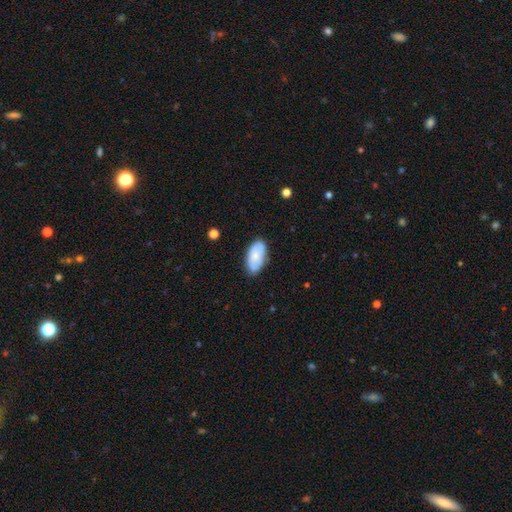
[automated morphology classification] Smooth or featured?
  - smooth: 71% *
  - featured or disk: 22%
  - star or artifact: 6%
How rounded?
  - in between: 95% *
  - round: 3%
  - cigar-shaped: 3%
Merging?
  - none: 79% *
  - minor disturbance: 17%
  - major disturbance: 3%
  - merger: 1%